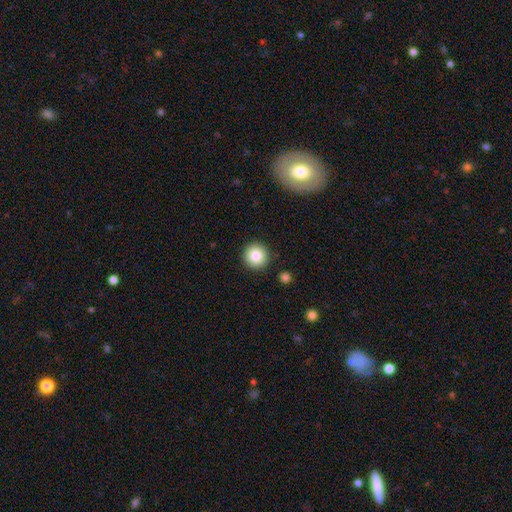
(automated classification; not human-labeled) Smooth or featured? smooth (85%)
How rounded? round (95%)
Merging? none (91%)